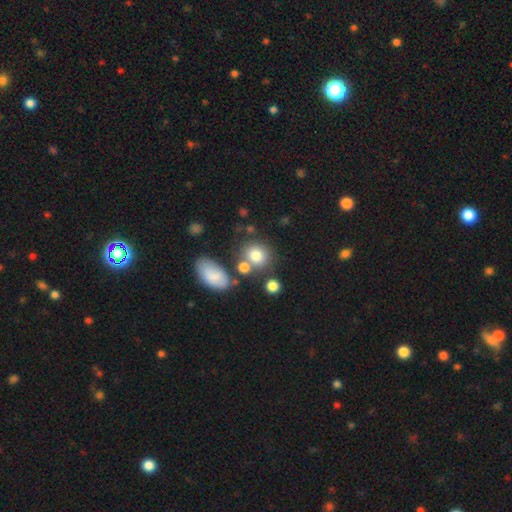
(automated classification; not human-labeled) A smooth galaxy with no disk features (78%) that is round (71%). Merging: none (61%).